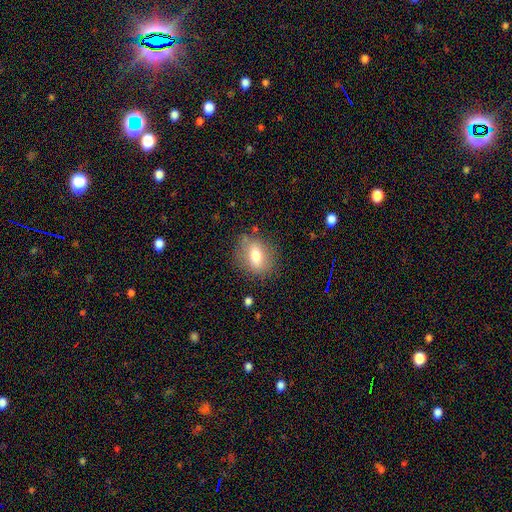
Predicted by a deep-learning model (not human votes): smooth_or_featured: smooth (p=0.69) [alt: featured or disk p=0.22]
how_rounded: in between (p=0.58) [alt: round p=0.38]
merging: none (p=0.79) [alt: minor disturbance p=0.14]